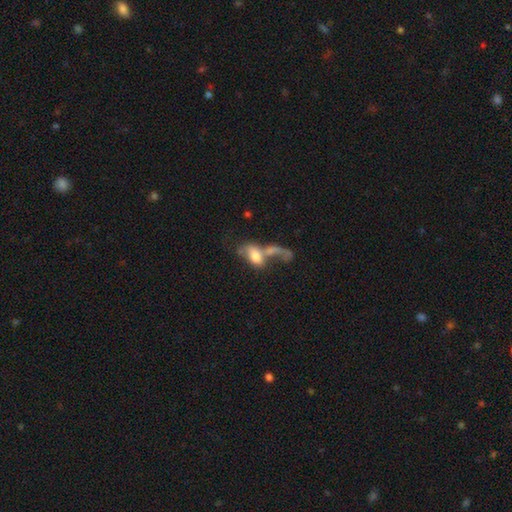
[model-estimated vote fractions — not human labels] This is possibly a smooth galaxy (59%). How rounded: clearly in between (84%). Merging: possibly merger (53%).